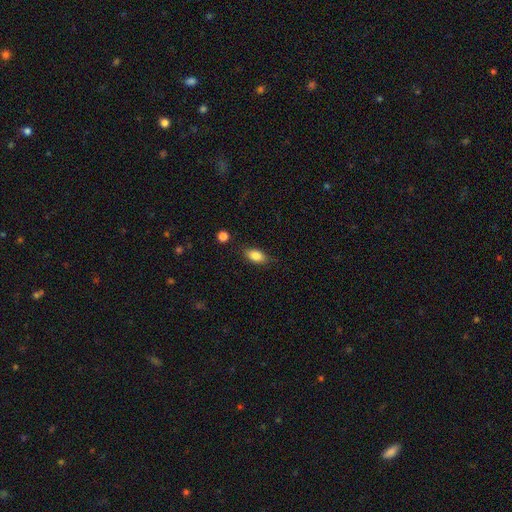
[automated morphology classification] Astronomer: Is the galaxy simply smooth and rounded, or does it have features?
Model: smooth — 83%.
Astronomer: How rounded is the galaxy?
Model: in between — 88%.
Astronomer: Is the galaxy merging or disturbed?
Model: none — 81%.